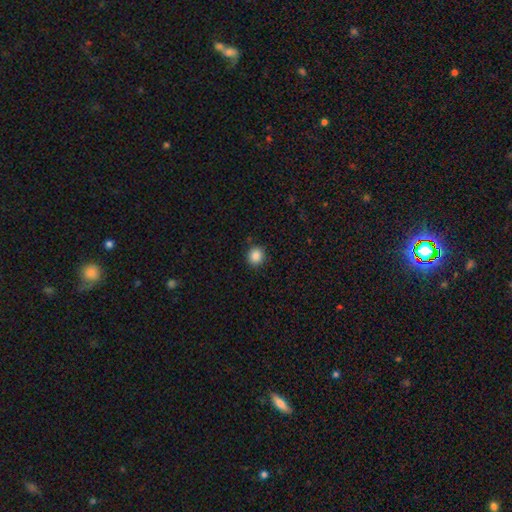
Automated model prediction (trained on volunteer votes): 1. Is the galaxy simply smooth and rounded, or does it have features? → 87% smooth, 10% star or artifact, 3% featured or disk.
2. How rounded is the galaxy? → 88% round, 11% in between, 1% cigar-shaped.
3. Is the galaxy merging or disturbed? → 88% none, 8% minor disturbance, 2% major disturbance, 1% merger.